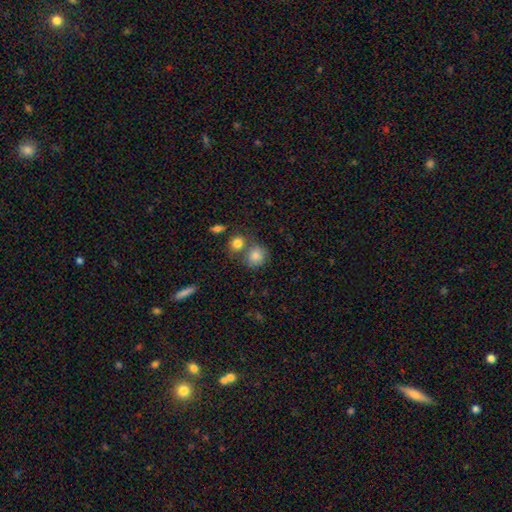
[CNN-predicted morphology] Q: Smooth or featured?
A: smooth (81%); runner-up: featured or disk (9%)
Q: How rounded?
A: round (78%); runner-up: in between (21%)
Q: Merging?
A: none (52%); runner-up: merger (29%)